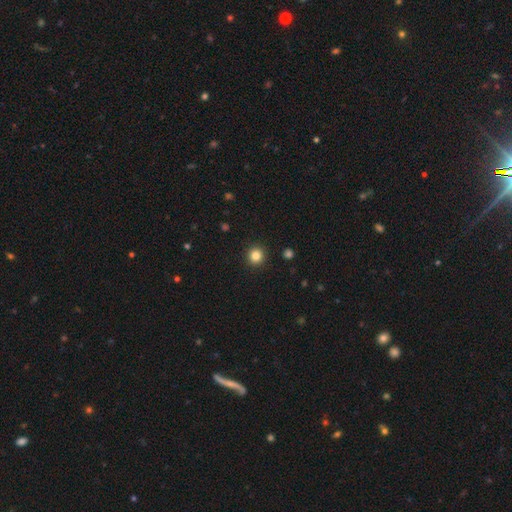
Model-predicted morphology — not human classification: Smooth or featured? Predicted: smooth (p=0.84). How rounded? Predicted: round (p=0.95). Merging? Predicted: none (p=0.93).